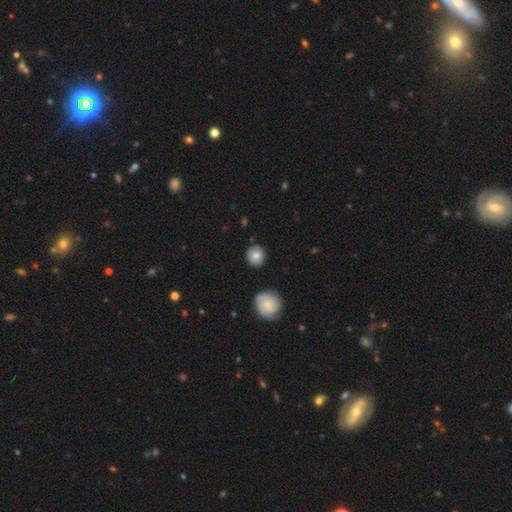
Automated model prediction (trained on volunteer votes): A smooth galaxy with no disk features (75%) that is round (88%). Merging: none (84%).